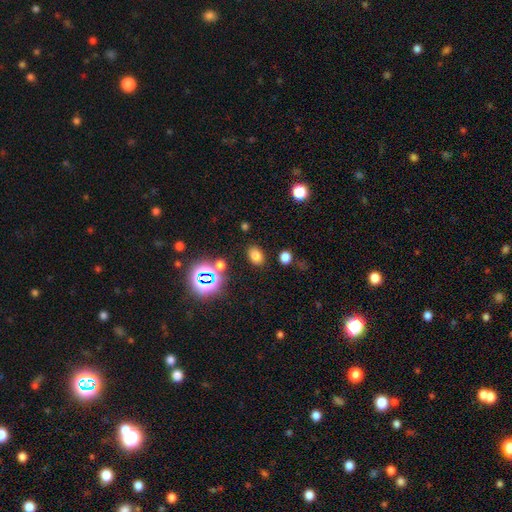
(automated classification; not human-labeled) Smooth or featured: smooth — 74% (star or artifact — 20%)
How rounded: in between — 78% (round — 21%)
Merging: none — 84% (minor disturbance — 9%)